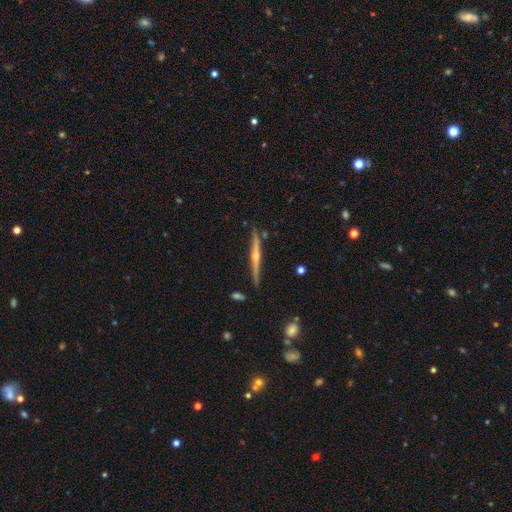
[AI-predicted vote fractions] A featured or disk galaxy (81%) viewed edge-on (98%) with a rounded central bulge (91%).

Vote fractions:
- Smooth or featured? featured or disk: 81% / smooth: 13% / star or artifact: 6%
- Edge-on disk? yes: 98% / no: 2%
- Edge-on bulge? rounded: 91% / none: 6% / boxy: 2%
- Merging? none: 88% / minor disturbance: 8% / merger: 2% / major disturbance: 2%